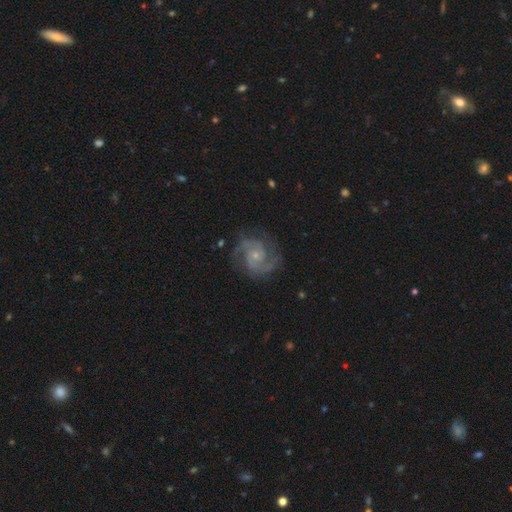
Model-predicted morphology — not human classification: Smooth or featured: featured or disk — 92% (star or artifact — 5%)
Edge-on disk: no — 98% (yes — 2%)
Bar: no — 64% (weak — 30%)
Spiral arms: yes — 98% (no — 2%)
Spiral winding: medium — 54% (tight — 38%)
Spiral arm count: 2 — 87% (3 — 6%)
Bulge size: small — 70% (moderate — 24%)
Merging: none — 80% (minor disturbance — 14%)